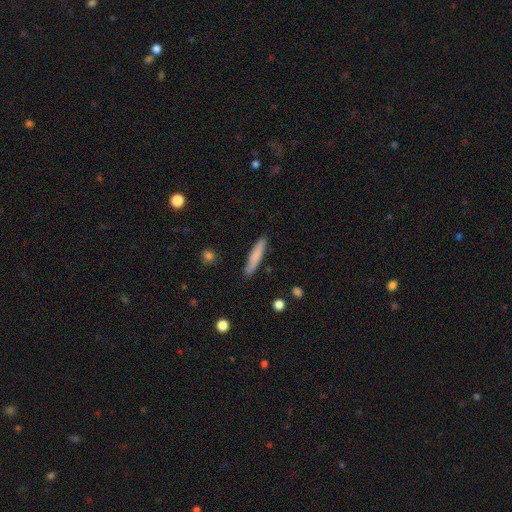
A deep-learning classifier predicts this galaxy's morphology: Overall: smooth (78%). How rounded: cigar-shaped (91%). Merging: none (88%).